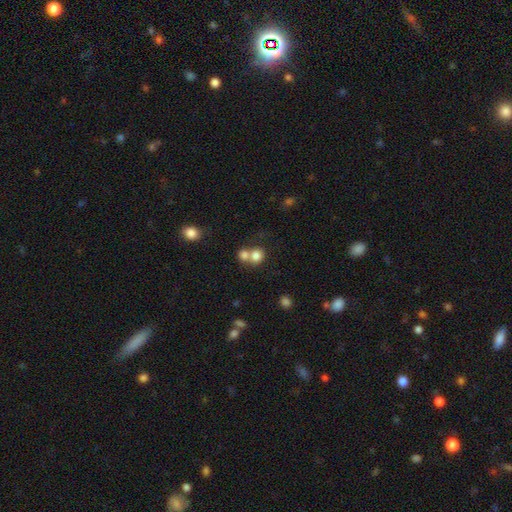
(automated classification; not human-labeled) Smooth or featured: smooth — 79% (star or artifact — 11%)
How rounded: round — 80% (in between — 19%)
Merging: merger — 54% (none — 37%)